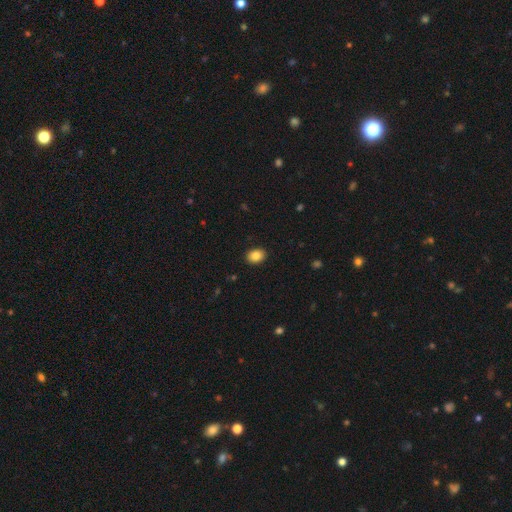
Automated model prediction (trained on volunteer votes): Q: Smooth or featured?
A: smooth (87%); runner-up: star or artifact (8%)
Q: How rounded?
A: in between (69%); runner-up: round (30%)
Q: Merging?
A: none (90%); runner-up: minor disturbance (7%)